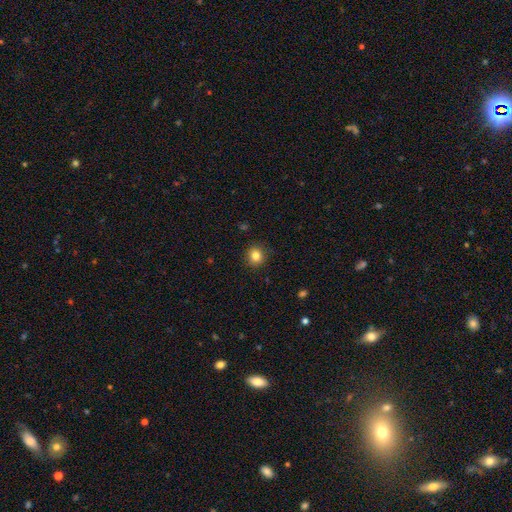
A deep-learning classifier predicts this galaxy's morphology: Smooth or featured?
  - smooth: 83% *
  - star or artifact: 11%
  - featured or disk: 6%
How rounded?
  - round: 86% *
  - in between: 14%
  - cigar-shaped: 1%
Merging?
  - none: 90% *
  - minor disturbance: 7%
  - major disturbance: 2%
  - merger: 1%